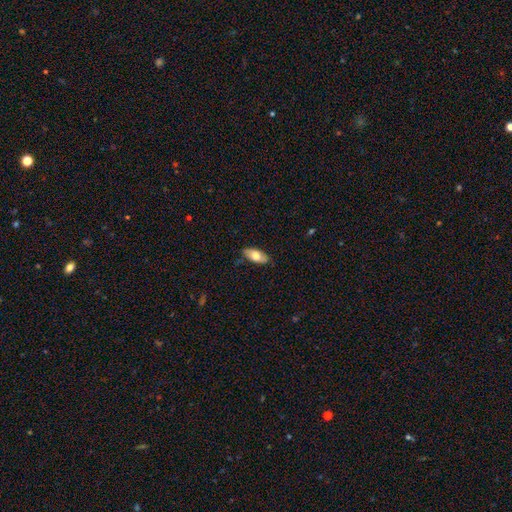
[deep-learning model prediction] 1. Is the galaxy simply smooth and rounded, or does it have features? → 72% smooth, 22% featured or disk, 6% star or artifact.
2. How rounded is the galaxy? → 84% in between, 13% cigar-shaped, 2% round.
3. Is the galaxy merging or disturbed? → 81% none, 15% minor disturbance, 3% major disturbance, 1% merger.